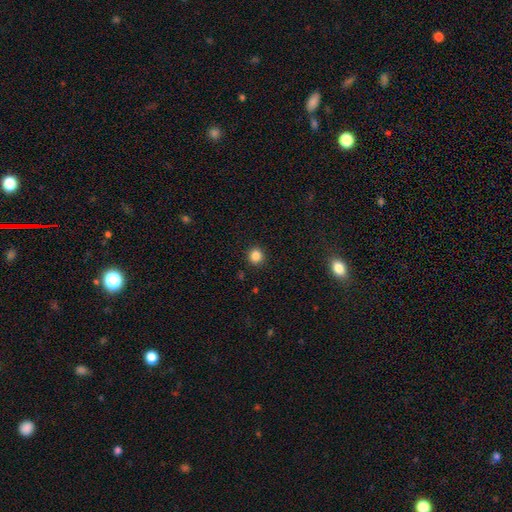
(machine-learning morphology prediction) A smooth galaxy with no disk features (85%) that is round (91%).

Vote fractions:
- Smooth or featured? smooth: 85% / star or artifact: 12% / featured or disk: 4%
- How rounded? round: 91% / in between: 8% / cigar-shaped: 1%
- Merging? none: 91% / minor disturbance: 6% / major disturbance: 2% / merger: 1%